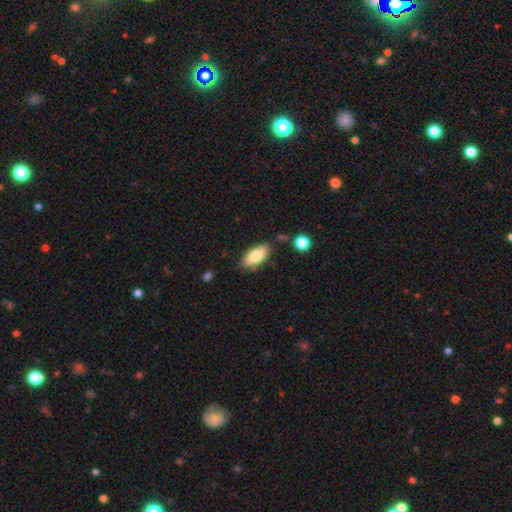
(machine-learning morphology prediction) smooth 81%, featured or disk 12%, star or artifact 7%. Down the decision tree: how rounded — in between (89%); merging — none (82%).